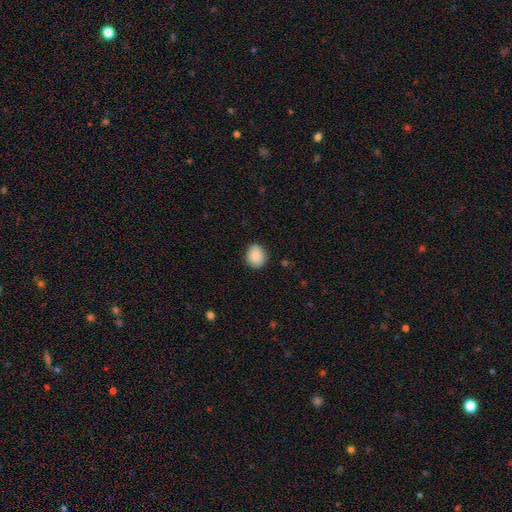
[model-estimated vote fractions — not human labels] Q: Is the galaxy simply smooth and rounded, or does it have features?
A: smooth — 84%.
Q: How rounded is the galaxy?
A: round — 64%.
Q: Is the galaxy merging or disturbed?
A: none — 85%.